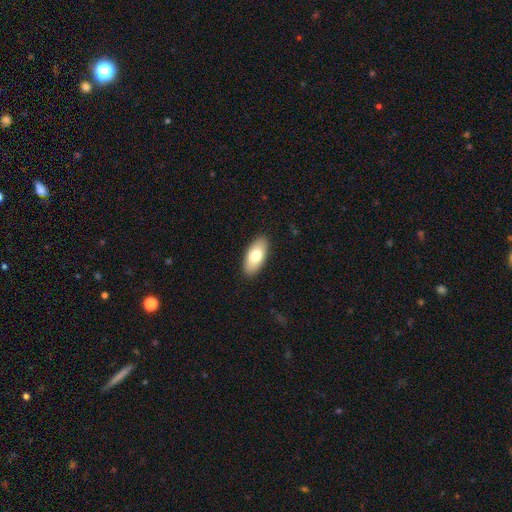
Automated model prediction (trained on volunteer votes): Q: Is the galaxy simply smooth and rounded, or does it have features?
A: smooth — 75%.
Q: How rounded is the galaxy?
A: in between — 91%.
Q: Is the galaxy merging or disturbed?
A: none — 90%.